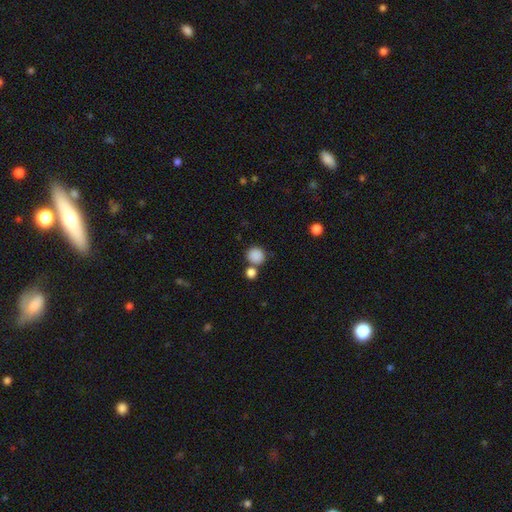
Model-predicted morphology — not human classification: A smooth galaxy with no disk features (87%) that is round (88%). Merging: none (68%).